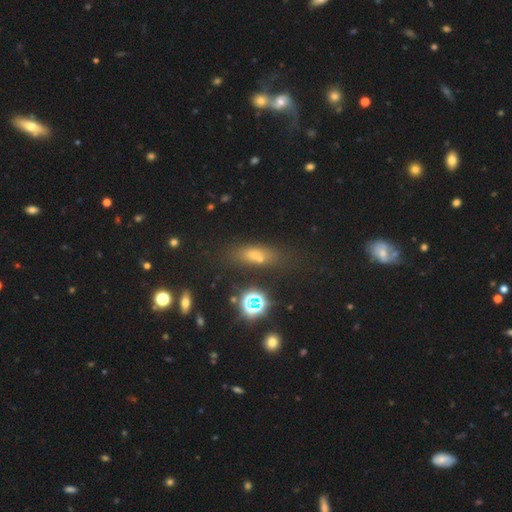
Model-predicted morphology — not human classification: The model was most divided on "how rounded": in between: 58%, cigar-shaped: 27%, round: 15%. More confident: smooth or featured — smooth (60%); merging — none (58%).